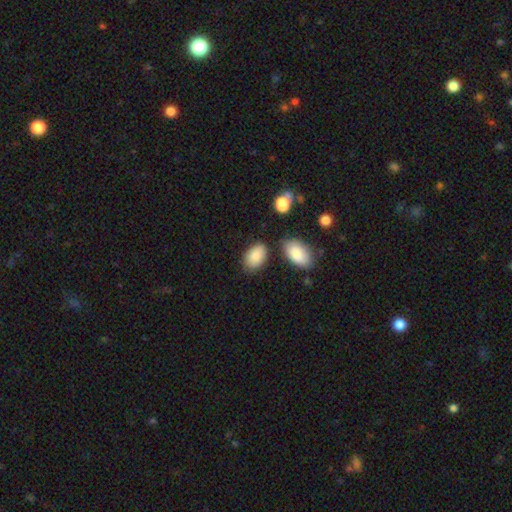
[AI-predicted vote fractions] Smooth or featured? smooth (87%)
How rounded? in between (90%)
Merging? none (73%)